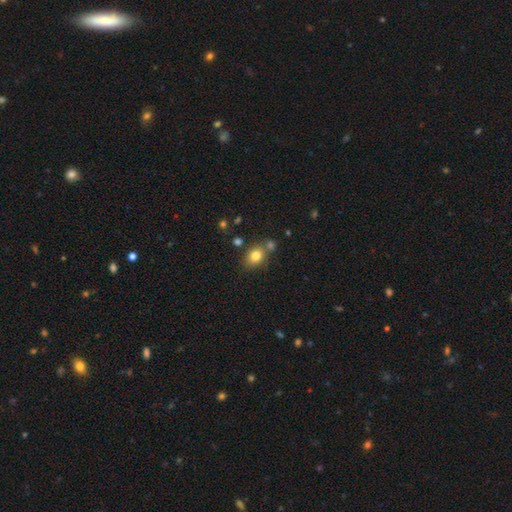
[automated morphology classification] This appears to be a smooth galaxy with no disk features (81%) that is in between round and cigar-shaped (54%). Merging: none (66%).